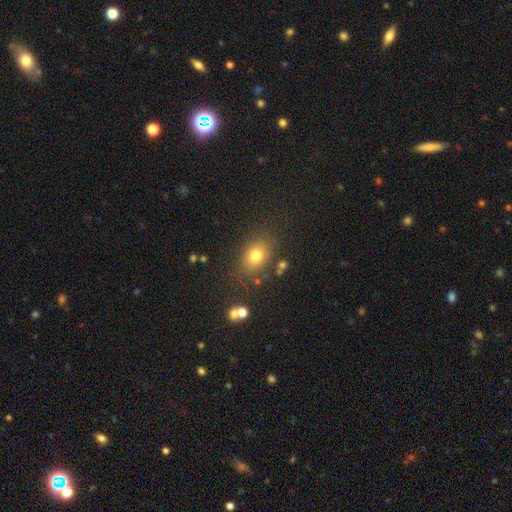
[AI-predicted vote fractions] Morphology: type=smooth (76%); roundness=in between (65%); merging=none (79%).